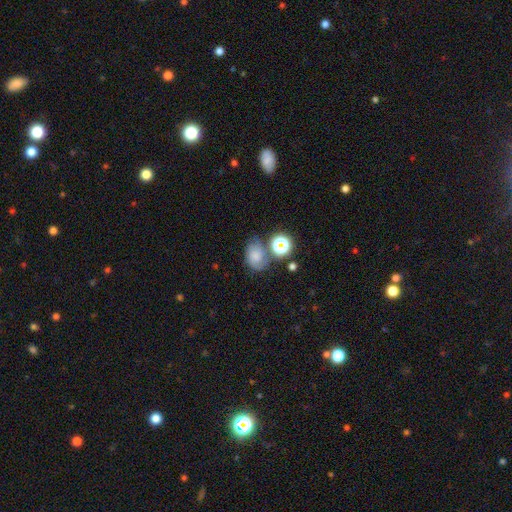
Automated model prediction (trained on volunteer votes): This is possibly a smooth galaxy (56%). How rounded: possibly in between (59%). Merging: possibly none (51%).